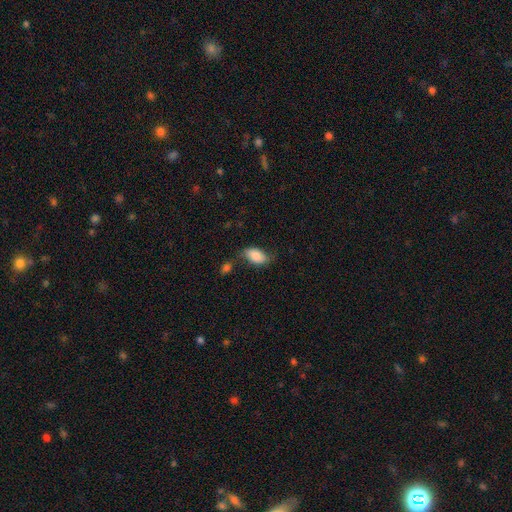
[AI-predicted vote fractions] This is likely a smooth galaxy (79%). How rounded: clearly in between (93%). Merging: possibly none (54%).